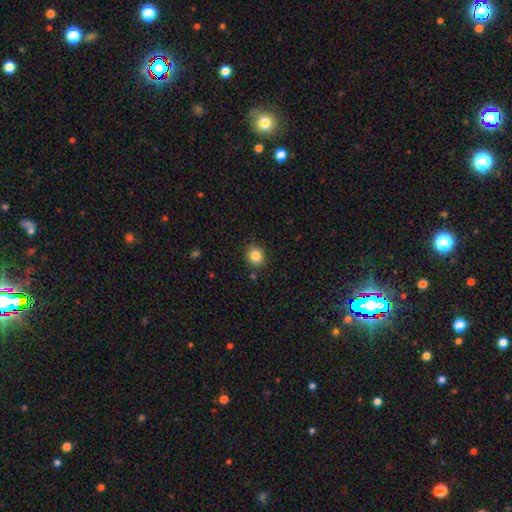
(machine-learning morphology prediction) The model was most divided on "how rounded": round: 71%, in between: 28%, cigar-shaped: 1%. More confident: merging — none (89%); smooth or featured — smooth (84%).